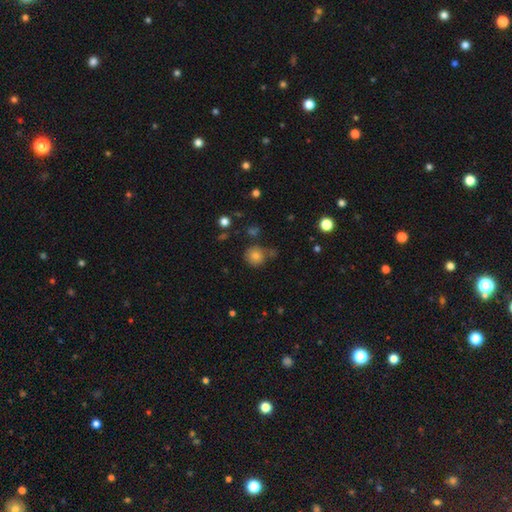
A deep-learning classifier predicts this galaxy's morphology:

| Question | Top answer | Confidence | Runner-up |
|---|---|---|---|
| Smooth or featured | smooth | 77% | star or artifact (14%) |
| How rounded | round | 89% | in between (10%) |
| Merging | none | 71% | minor disturbance (14%) |